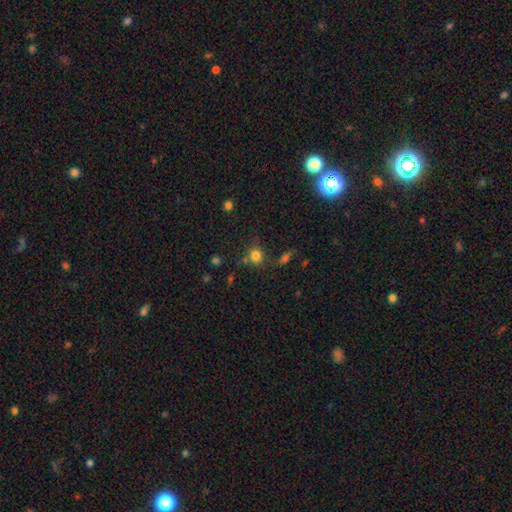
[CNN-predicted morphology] Smooth or featured?
  - smooth: 79% *
  - star or artifact: 14%
  - featured or disk: 7%
How rounded?
  - round: 84% *
  - in between: 15%
  - cigar-shaped: 1%
Merging?
  - none: 68% *
  - minor disturbance: 14%
  - merger: 12%
  - major disturbance: 6%